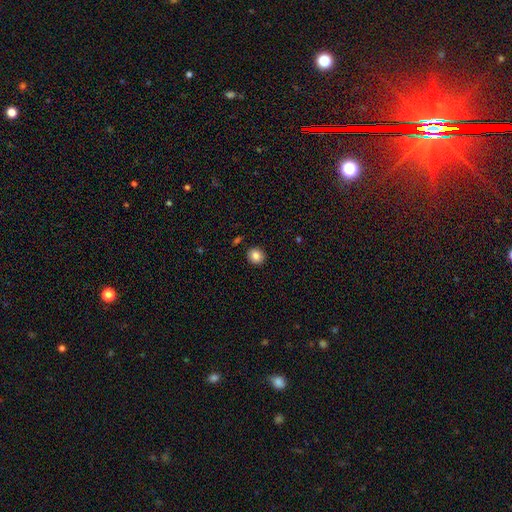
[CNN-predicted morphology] type=smooth (84%); roundness=round (85%); merging=none (91%).